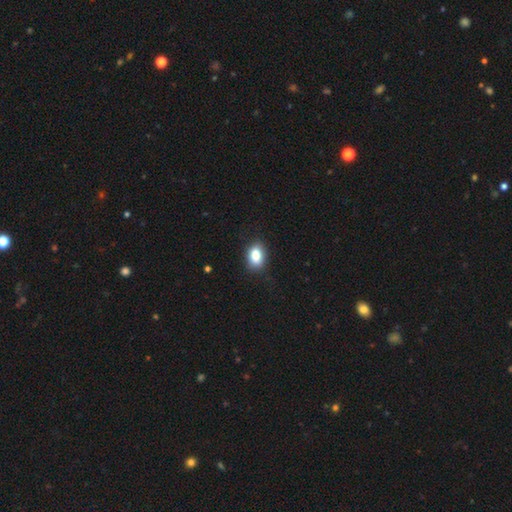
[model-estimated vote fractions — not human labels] Morphology: type=smooth (84%); roundness=in between (83%); merging=none (83%).